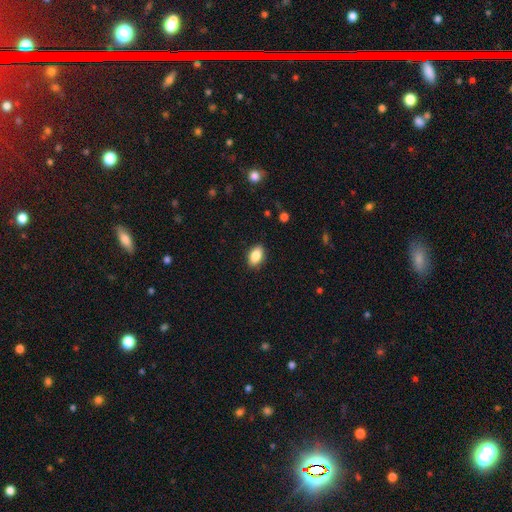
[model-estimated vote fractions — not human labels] Overall: smooth (85%). How rounded: in between (90%). Merging: none (89%).